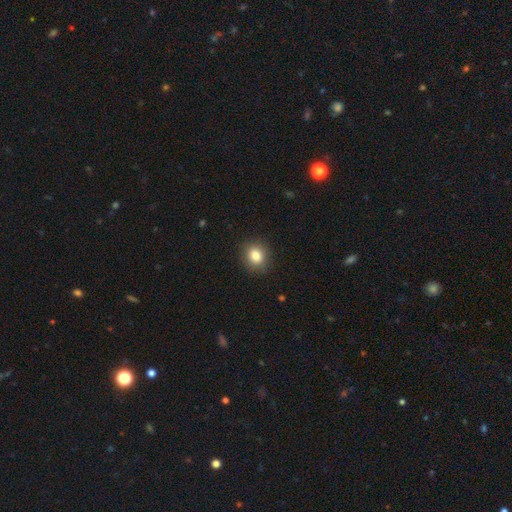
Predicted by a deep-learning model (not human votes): This is clearly a smooth galaxy (83%). How rounded: likely round (72%). Merging: clearly none (89%).